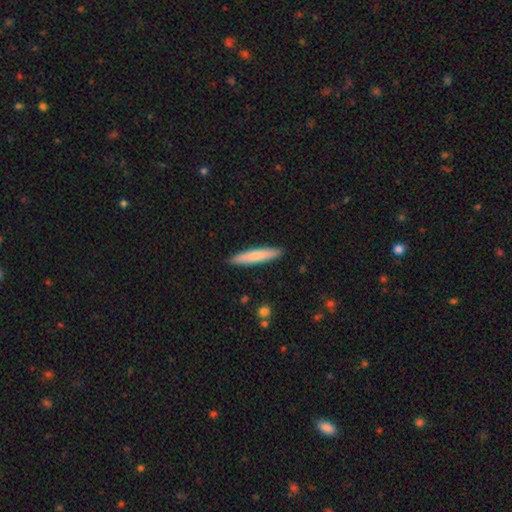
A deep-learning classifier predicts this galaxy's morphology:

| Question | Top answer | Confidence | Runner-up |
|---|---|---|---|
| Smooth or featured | smooth | 75% | featured or disk (20%) |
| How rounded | cigar-shaped | 91% | in between (8%) |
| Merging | none | 91% | minor disturbance (7%) |